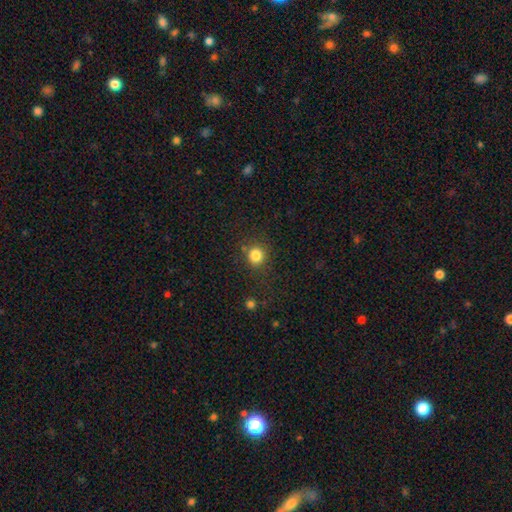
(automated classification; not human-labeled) Smooth or featured?
  - smooth: 83% *
  - star or artifact: 12%
  - featured or disk: 5%
How rounded?
  - round: 89% *
  - in between: 10%
  - cigar-shaped: 1%
Merging?
  - none: 82% *
  - minor disturbance: 10%
  - major disturbance: 4%
  - merger: 4%